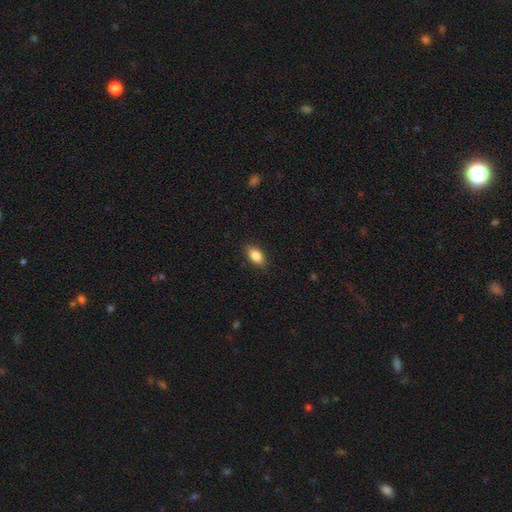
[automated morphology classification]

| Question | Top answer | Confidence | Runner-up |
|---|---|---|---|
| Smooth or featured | smooth | 85% | star or artifact (7%) |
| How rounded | in between | 90% | cigar-shaped (5%) |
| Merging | none | 88% | minor disturbance (9%) |